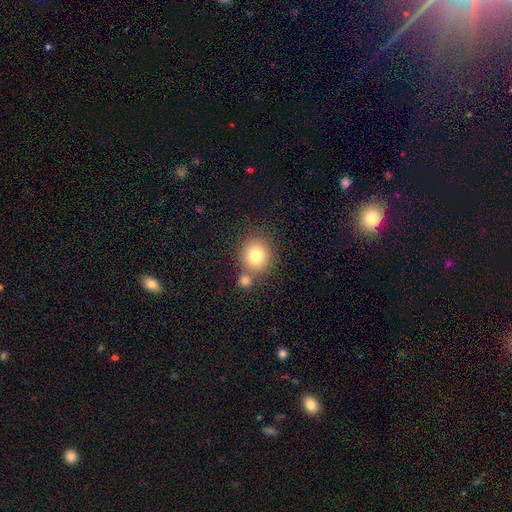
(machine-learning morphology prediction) smooth-or-featured: smooth: 79% | star or artifact: 11% | featured or disk: 11%
  how-rounded: round: 85% | in between: 14% | cigar-shaped: 1%
  merging: none: 64% | merger: 23% | minor disturbance: 10% | major disturbance: 3%